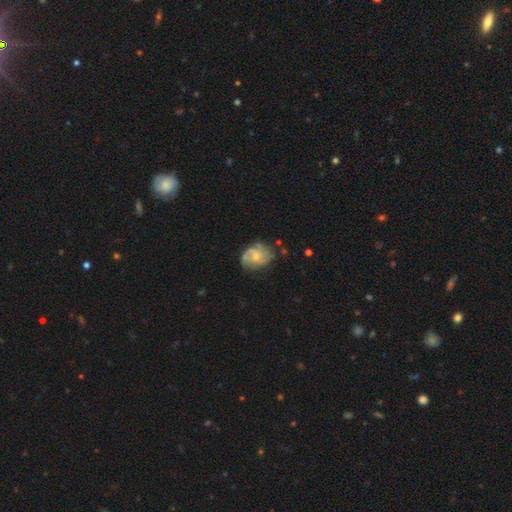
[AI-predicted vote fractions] Smooth or featured? featured or disk (63%)
Edge-on disk? no (97%)
Bar? no (72%)
Spiral arms? yes (74%)
Bulge size? small (54%)
Merging? none (58%)